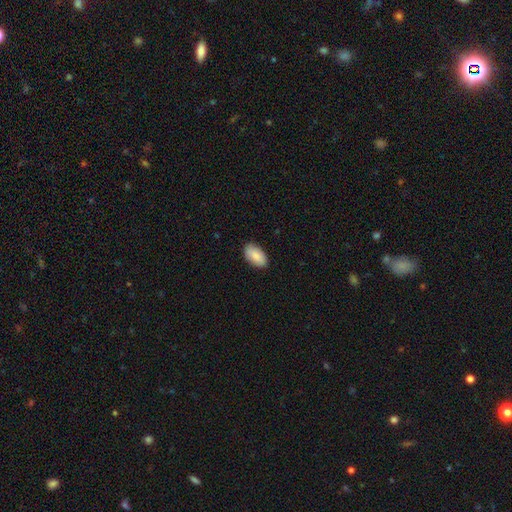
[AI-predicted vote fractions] This appears to be a smooth galaxy with no disk features (87%) that is in between round and cigar-shaped (95%). Merging: none (86%).